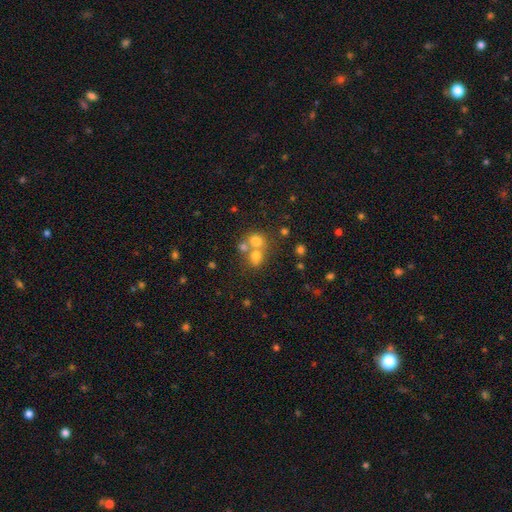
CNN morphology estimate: smooth_or_featured: smooth (p=0.66) [alt: star or artifact p=0.17]
how_rounded: round (p=0.70) [alt: in between p=0.29]
merging: merger (p=0.50) [alt: none p=0.38]